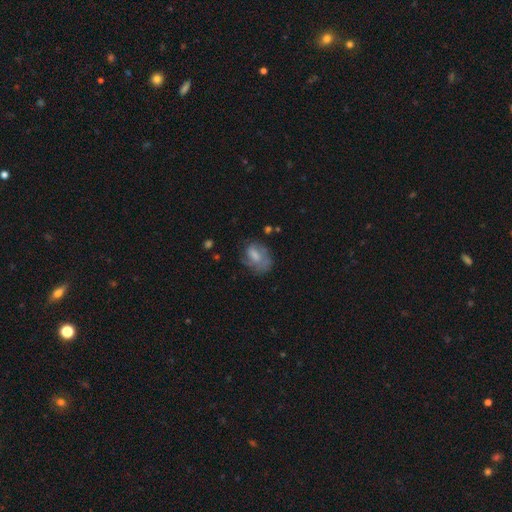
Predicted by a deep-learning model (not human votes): The model was most divided on "merging": none: 45%, minor disturbance: 28%, major disturbance: 24%, merger: 3%. More confident: how rounded — in between (76%); smooth or featured — smooth (55%).